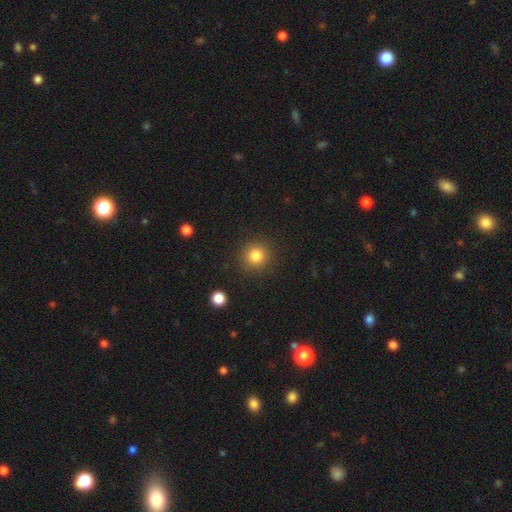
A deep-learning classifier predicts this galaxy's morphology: smooth 83%, star or artifact 11%, featured or disk 6%. Down the decision tree: how rounded — round (92%); merging — none (88%).